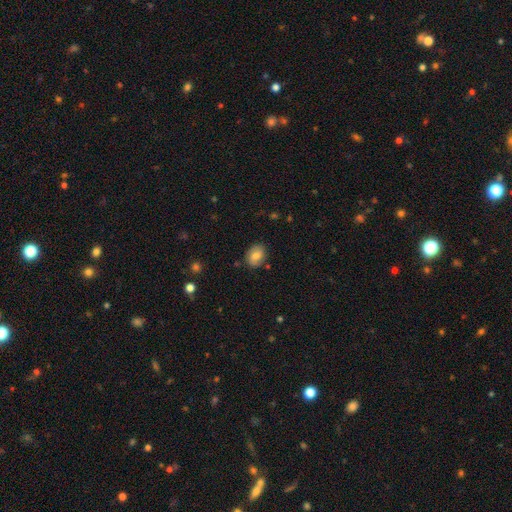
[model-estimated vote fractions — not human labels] smooth-or-featured: smooth: 68% | featured or disk: 23% | star or artifact: 9%
  how-rounded: in between: 67% | round: 32% | cigar-shaped: 1%
  merging: none: 79% | minor disturbance: 15% | major disturbance: 3% | merger: 2%